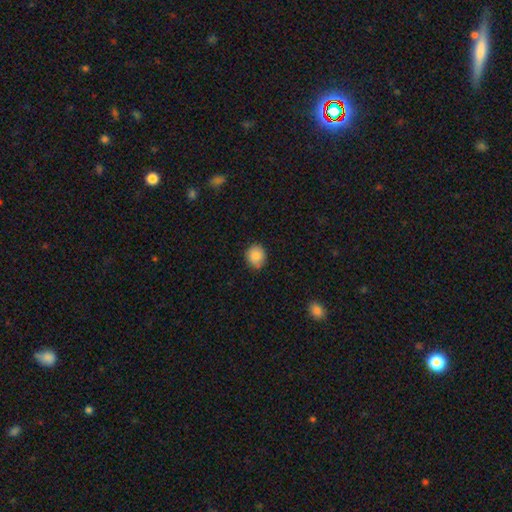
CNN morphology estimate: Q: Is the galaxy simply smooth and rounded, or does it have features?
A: smooth — 87%.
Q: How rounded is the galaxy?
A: round — 75%.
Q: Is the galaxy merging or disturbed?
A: none — 83%.